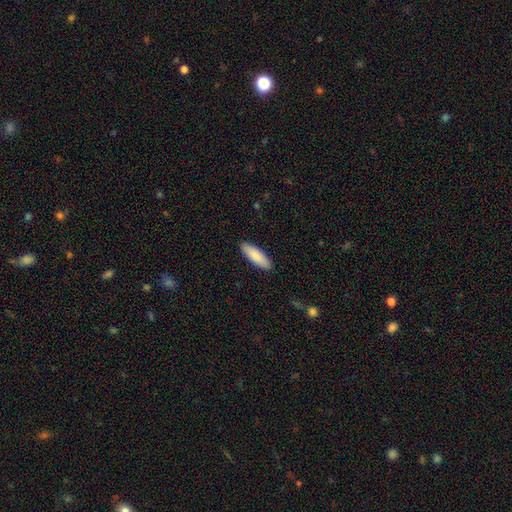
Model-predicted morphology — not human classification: Smooth or featured?
  - smooth: 88% *
  - featured or disk: 7%
  - star or artifact: 5%
How rounded?
  - in between: 51% *
  - cigar-shaped: 48%
  - round: 1%
Merging?
  - none: 90% *
  - minor disturbance: 7%
  - major disturbance: 2%
  - merger: 1%